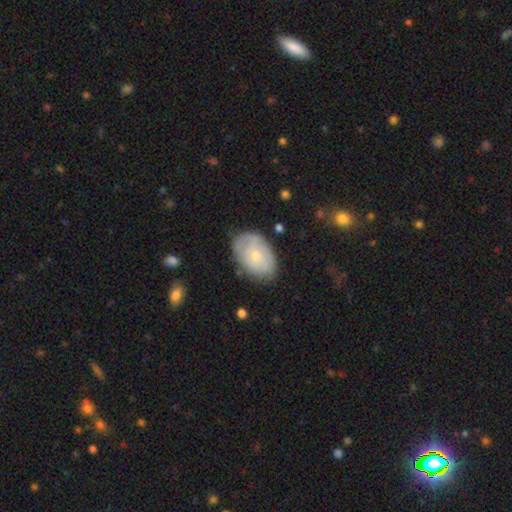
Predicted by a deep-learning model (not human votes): Smooth or featured? smooth (52%)
How rounded? in between (84%)
Merging? none (72%)